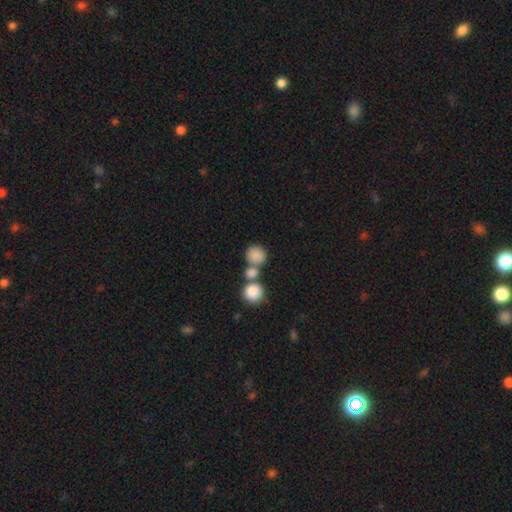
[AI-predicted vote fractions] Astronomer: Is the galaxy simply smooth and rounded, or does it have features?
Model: smooth — 84%.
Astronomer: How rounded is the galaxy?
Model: round — 84%.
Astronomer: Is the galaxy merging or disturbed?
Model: none — 47% (runner-up: merger, 40%).